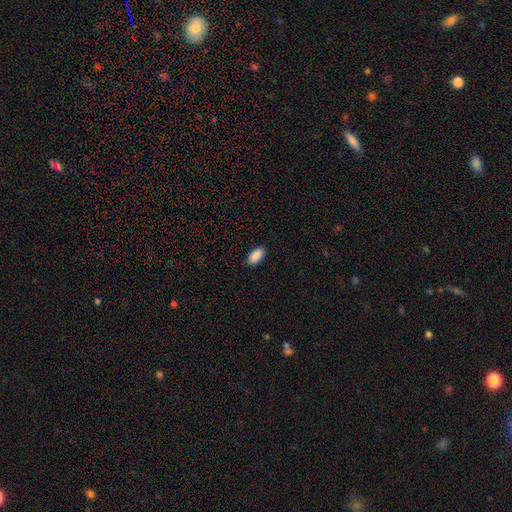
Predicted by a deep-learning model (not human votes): The model was most divided on "merging": none: 88%, minor disturbance: 9%, major disturbance: 2%, merger: 1%. More confident: how rounded — in between (93%); smooth or featured — smooth (90%).